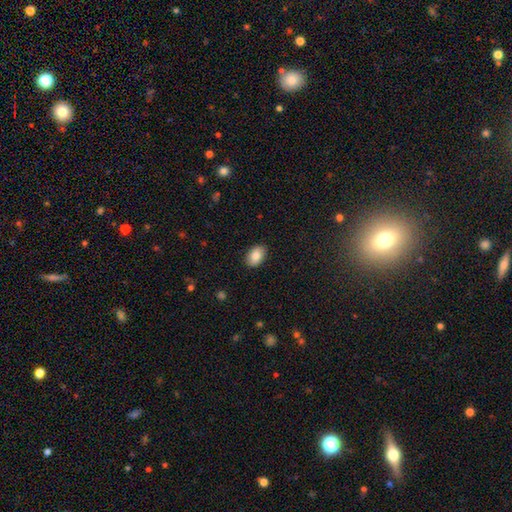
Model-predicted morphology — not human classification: Smooth or featured? smooth (85%)
How rounded? in between (89%)
Merging? none (89%)